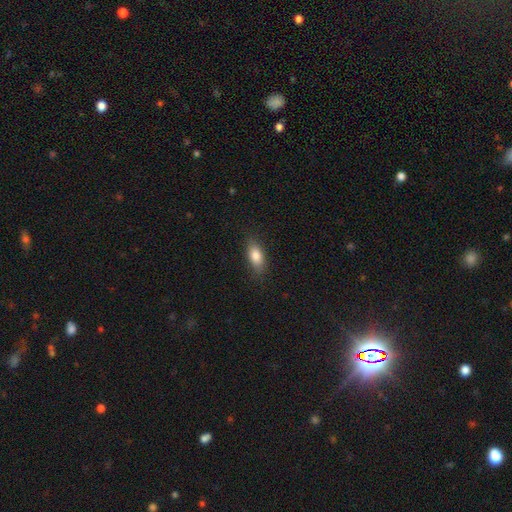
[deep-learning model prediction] smooth 83%, featured or disk 10%, star or artifact 7%. Down the decision tree: how rounded — in between (84%); merging — none (82%).